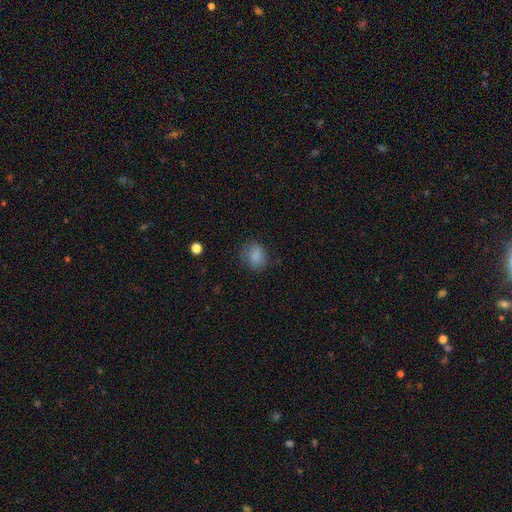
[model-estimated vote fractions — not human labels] A smooth galaxy with no disk features (84%) that is round (58%). Merging: none (73%).